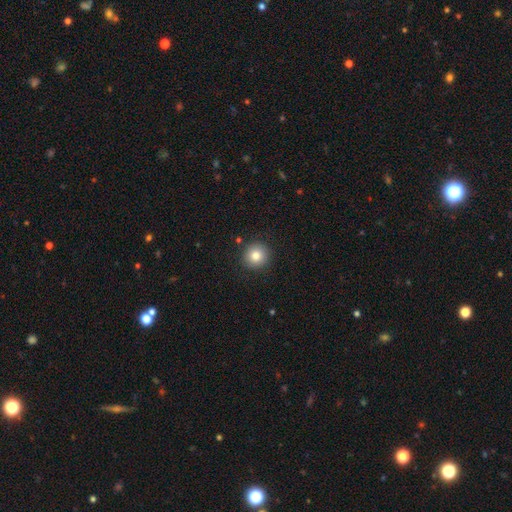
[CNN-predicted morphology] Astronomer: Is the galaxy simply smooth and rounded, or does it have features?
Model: smooth — 82%.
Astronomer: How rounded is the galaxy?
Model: round — 94%.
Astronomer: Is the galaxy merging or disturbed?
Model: none — 90%.